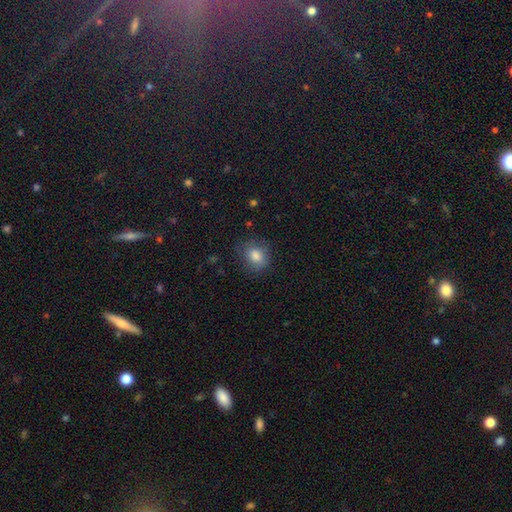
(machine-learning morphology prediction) type=smooth (82%); roundness=round (62%); merging=none (76%).